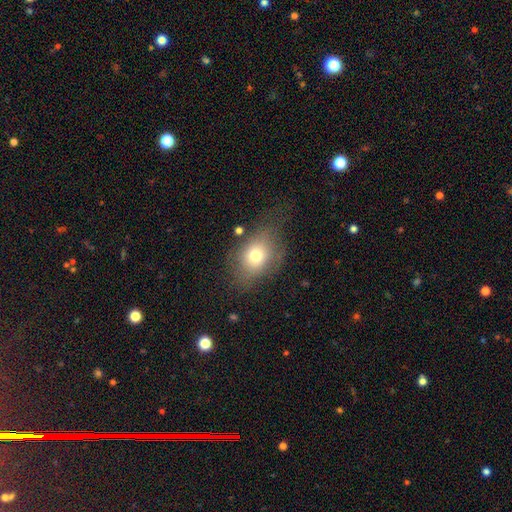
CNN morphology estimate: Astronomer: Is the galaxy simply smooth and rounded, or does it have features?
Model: smooth — 71%.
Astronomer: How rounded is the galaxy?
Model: in between — 62%.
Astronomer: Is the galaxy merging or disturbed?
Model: none — 59%.